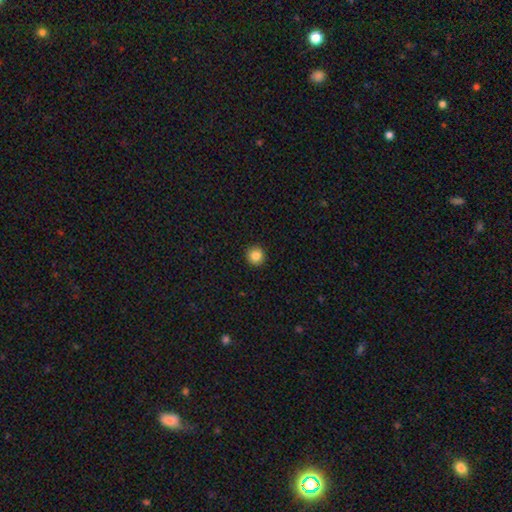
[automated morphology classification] smooth-or-featured: smooth: 85% | star or artifact: 10% | featured or disk: 5%
  how-rounded: round: 94% | in between: 5% | cigar-shaped: 1%
  merging: none: 93% | minor disturbance: 5% | major disturbance: 2% | merger: 1%